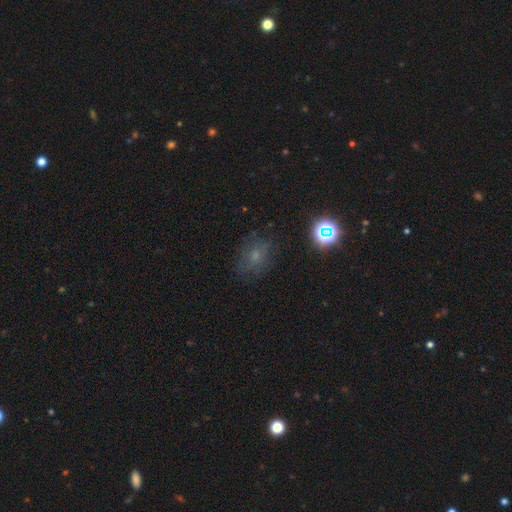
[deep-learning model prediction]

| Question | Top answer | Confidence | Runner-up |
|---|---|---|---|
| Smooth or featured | smooth | 54% | star or artifact (25%) |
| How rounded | round | 49% | tied: in between (49%) |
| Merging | none | 70% | minor disturbance (19%) |